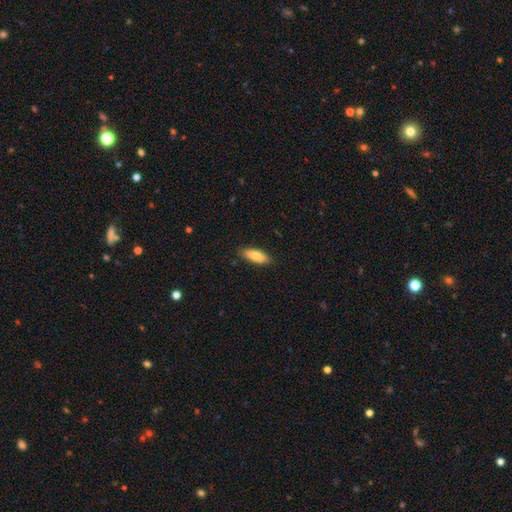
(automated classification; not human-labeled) Morphology: type=smooth (74%); roundness=in between (71%); merging=none (86%).